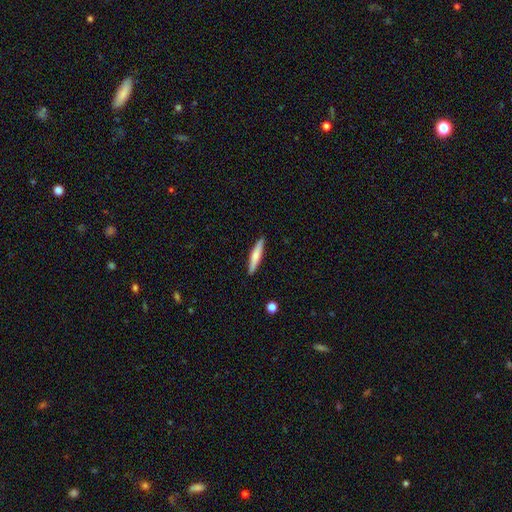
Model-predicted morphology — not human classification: type=smooth (65%); roundness=cigar-shaped (90%); merging=none (90%).